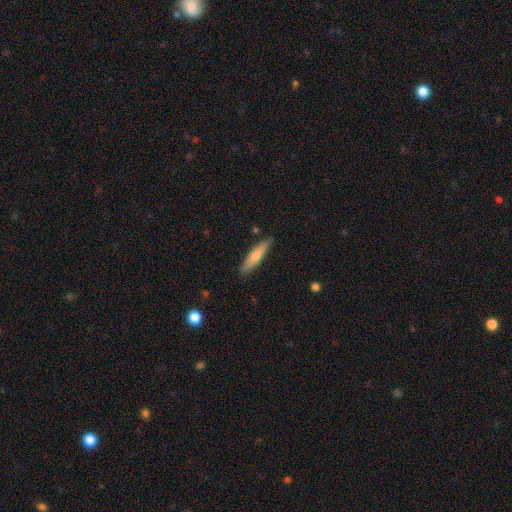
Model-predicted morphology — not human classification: The model was most divided on "smooth or featured": smooth: 68%, featured or disk: 27%, star or artifact: 6%. More confident: merging — none (87%); how rounded — cigar-shaped (82%).